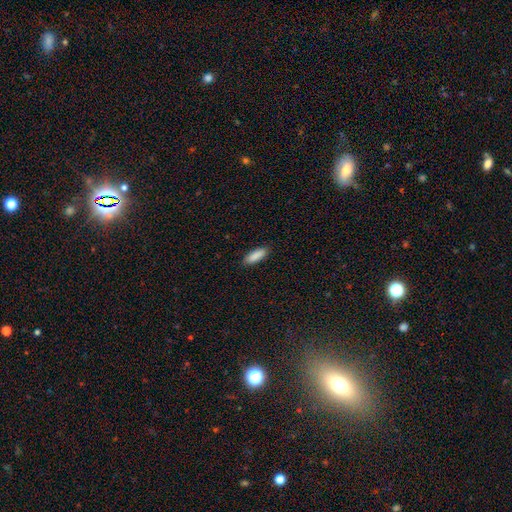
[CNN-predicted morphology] smooth 89%, star or artifact 6%, featured or disk 5%. Down the decision tree: how rounded — in between (58%); merging — none (88%).